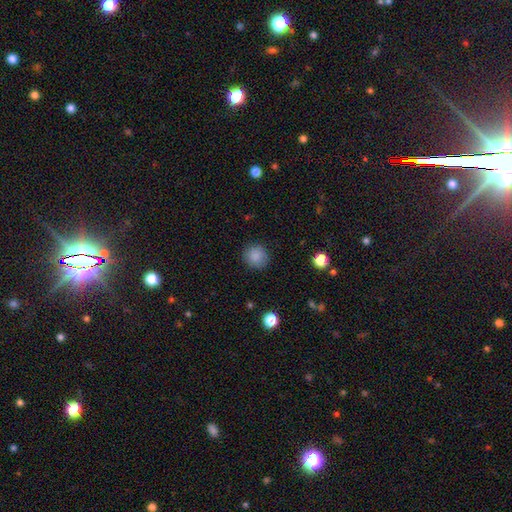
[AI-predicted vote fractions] smooth 86%, star or artifact 9%, featured or disk 4%. Down the decision tree: how rounded — round (91%); merging — none (88%).